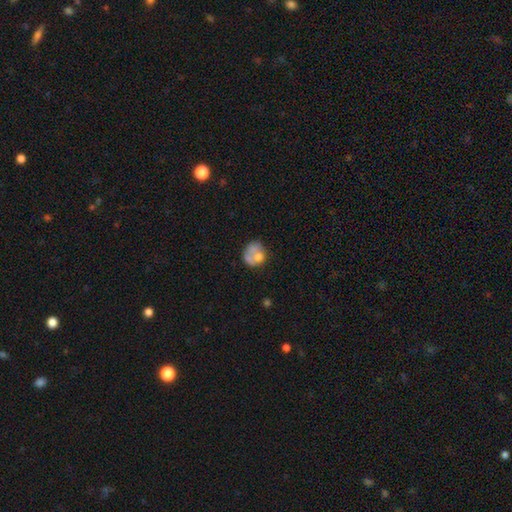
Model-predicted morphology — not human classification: The model was most divided on "merging": none: 39%, merger: 25%, minor disturbance: 20%, major disturbance: 16%. More confident: how rounded — round (68%); smooth or featured — smooth (60%).